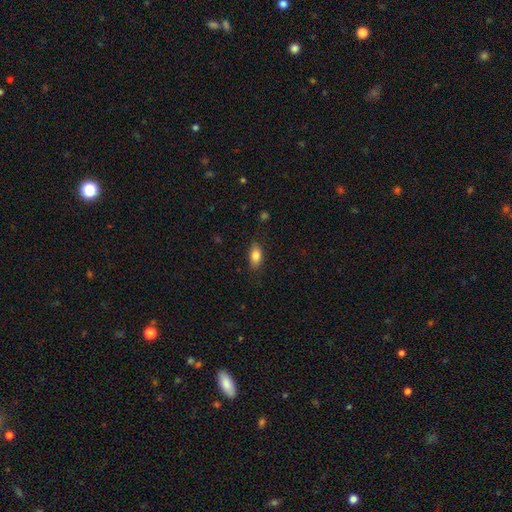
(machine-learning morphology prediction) Overall: smooth (83%). How rounded: in between (86%). Merging: none (80%).